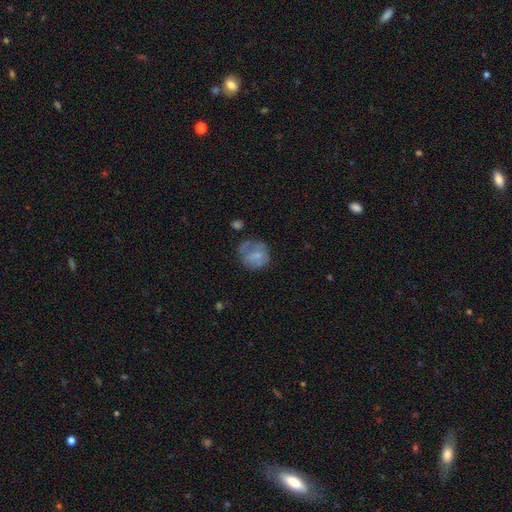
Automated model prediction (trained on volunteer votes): Overall: smooth (58%; featured or disk 33%). How rounded: round (76%). Merging: none (47%; minor disturbance 26%).